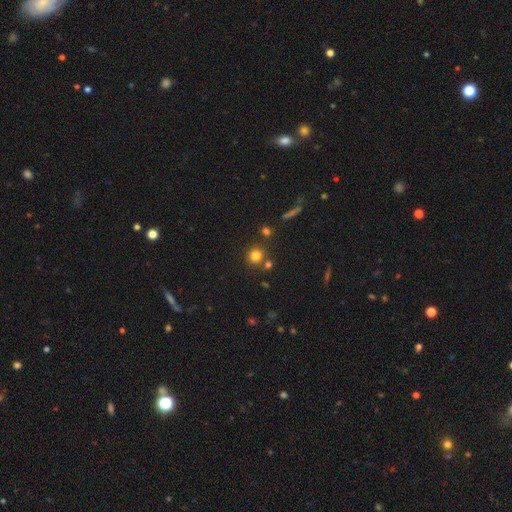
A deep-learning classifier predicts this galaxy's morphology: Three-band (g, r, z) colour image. It shows a smooth galaxy with no disk features (78%) that is round (91%). Merging: none (77%).